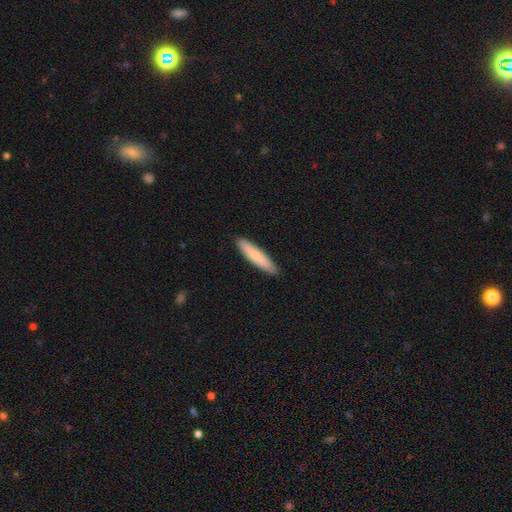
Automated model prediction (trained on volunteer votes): smooth_or_featured: smooth (p=0.81) [alt: featured or disk p=0.14]
how_rounded: cigar-shaped (p=0.86) [alt: in between p=0.12]
merging: none (p=0.90) [alt: minor disturbance p=0.07]